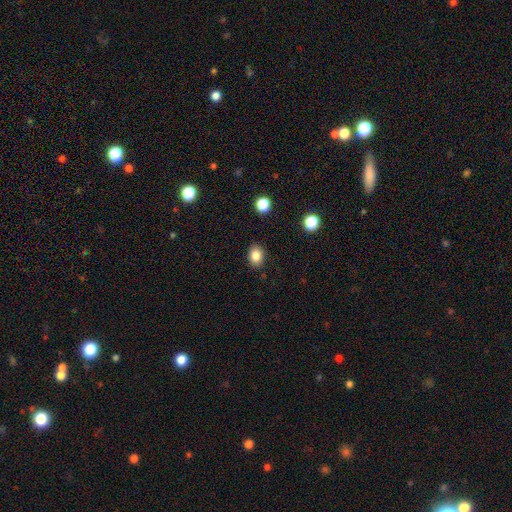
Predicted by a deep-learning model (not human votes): Overall: smooth (85%). How rounded: in between (63%; round 36%). Merging: none (88%).